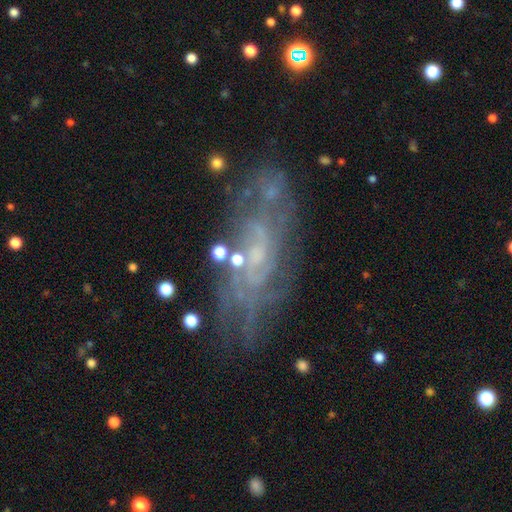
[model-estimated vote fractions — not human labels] The model was most divided on "spiral winding": tight: 51%, medium: 36%, loose: 14%. More confident: edge-on disk — no (91%); spiral arms — yes (85%); smooth or featured — featured or disk (78%); merging — none (65%); bulge size — small (58%); bar — no (54%); spiral arm count — can't tell (51%).